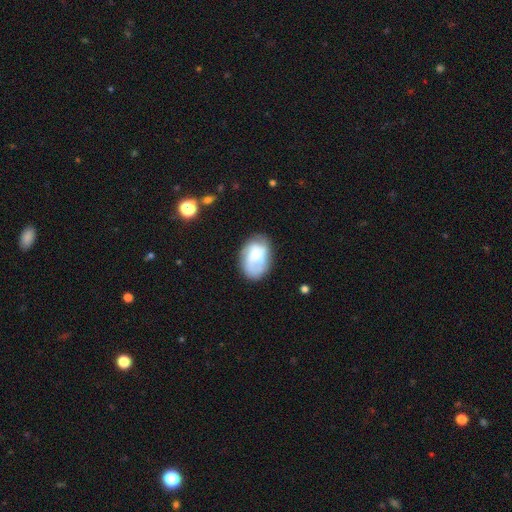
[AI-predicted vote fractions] A smooth galaxy with no disk features (54%) that is in between round and cigar-shaped (82%). Merging: none (55%).